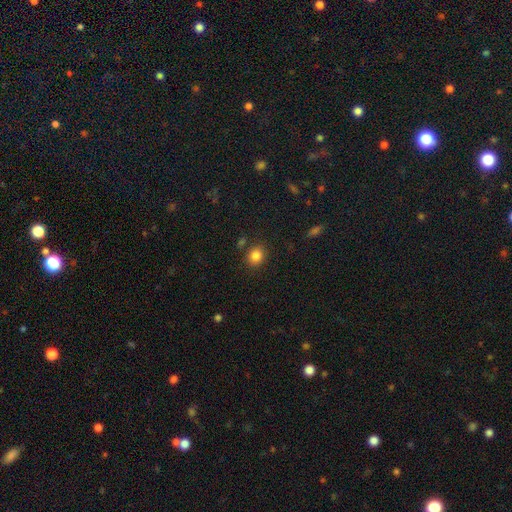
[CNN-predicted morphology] This is clearly a smooth galaxy (85%). How rounded: likely round (72%). Merging: clearly none (84%).